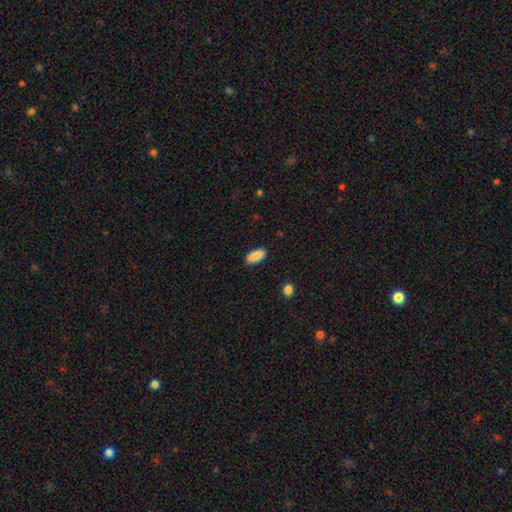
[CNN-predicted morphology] A smooth galaxy with no disk features (89%) that is in between round and cigar-shaped (86%).

Vote fractions:
- Smooth or featured? smooth: 89% / star or artifact: 6% / featured or disk: 4%
- How rounded? in between: 86% / cigar-shaped: 12% / round: 2%
- Merging? none: 87% / minor disturbance: 10% / major disturbance: 2% / merger: 1%